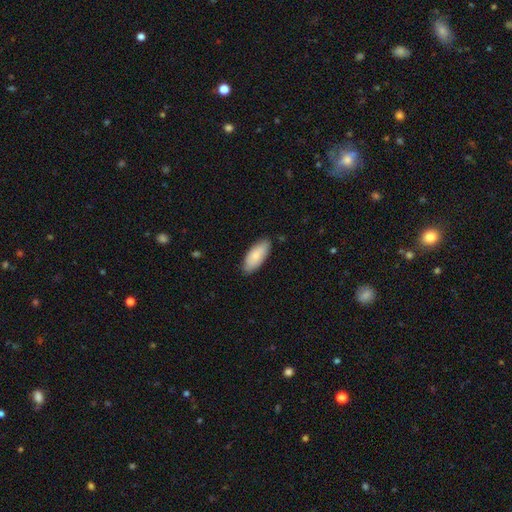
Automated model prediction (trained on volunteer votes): smooth_or_featured: smooth (p=0.82) [alt: featured or disk p=0.13]
how_rounded: in between (p=0.86) [alt: cigar-shaped p=0.12]
merging: none (p=0.83) [alt: minor disturbance p=0.14]